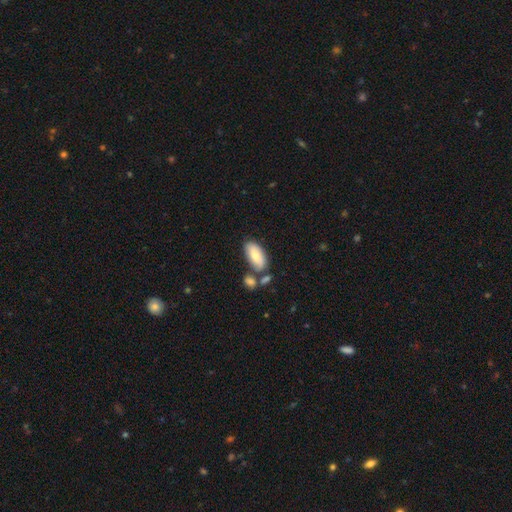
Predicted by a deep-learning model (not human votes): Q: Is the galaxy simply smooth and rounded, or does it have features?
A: smooth — 77%.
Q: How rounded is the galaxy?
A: in between — 91%.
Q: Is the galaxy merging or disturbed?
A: none — 61%.